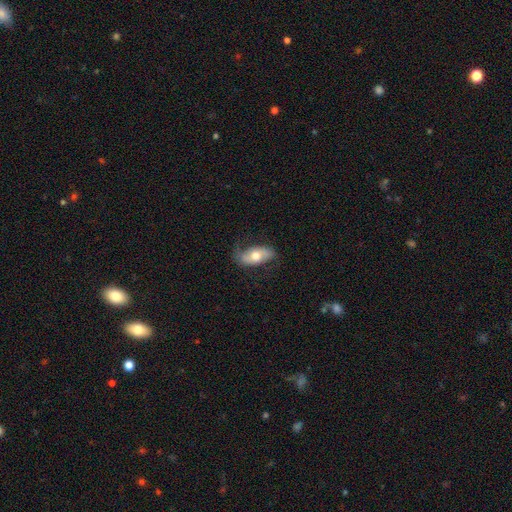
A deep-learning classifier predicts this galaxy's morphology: Smooth or featured?
  - featured or disk: 48% *
  - smooth: 46%
  - star or artifact: 6%
Merging?
  - none: 67% *
  - minor disturbance: 22%
  - major disturbance: 9%
  - merger: 1%